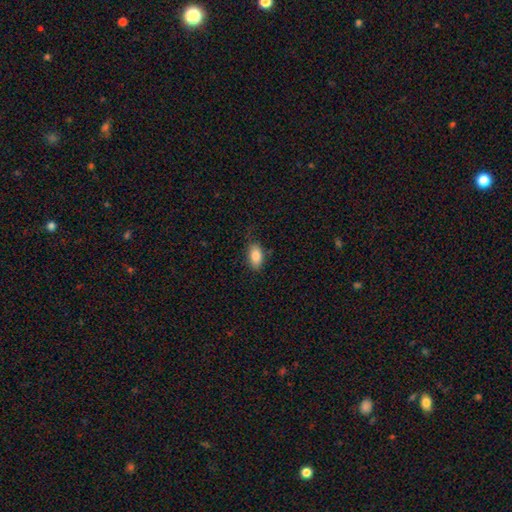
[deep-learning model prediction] smooth-or-featured: smooth: 86% | star or artifact: 7% | featured or disk: 7%
  how-rounded: in between: 91% | round: 6% | cigar-shaped: 3%
  merging: none: 79% | minor disturbance: 17% | major disturbance: 4% | merger: 1%